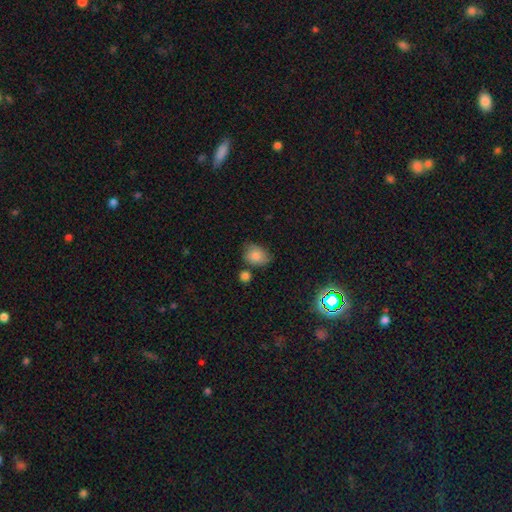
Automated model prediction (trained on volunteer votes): Morphology: type=smooth (80%); roundness=in between (65%); merging=none (60%).